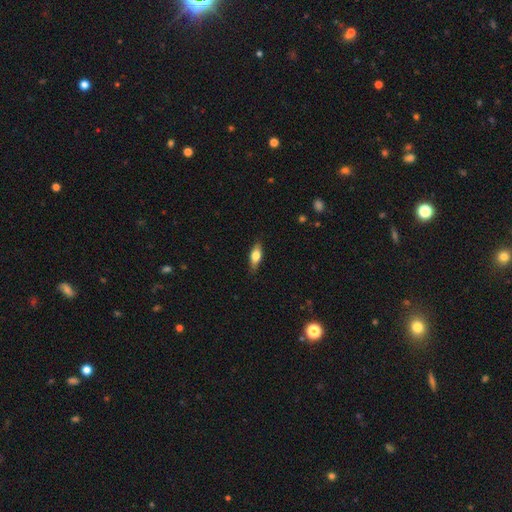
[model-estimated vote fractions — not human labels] A smooth galaxy with no disk features (67%) that is in between round and cigar-shaped (65%).

Vote fractions:
- Smooth or featured? smooth: 67% / featured or disk: 27% / star or artifact: 6%
- How rounded? in between: 65% / cigar-shaped: 32% / round: 3%
- Merging? none: 86% / minor disturbance: 11% / major disturbance: 2% / merger: 1%